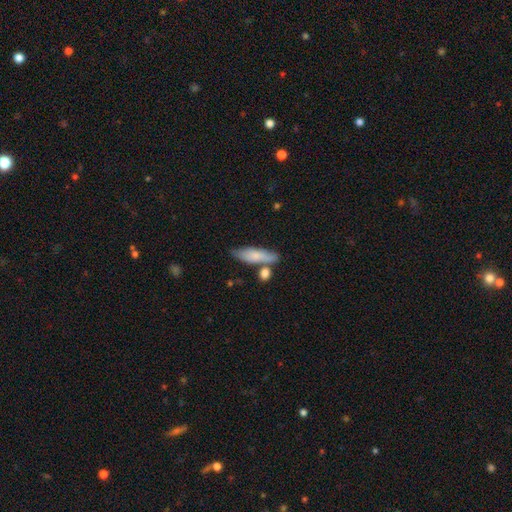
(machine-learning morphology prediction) smooth_or_featured: smooth (p=0.73) [alt: featured or disk p=0.21]
how_rounded: cigar-shaped (p=0.54) [alt: in between p=0.43]
merging: none (p=0.62) [alt: minor disturbance p=0.18]